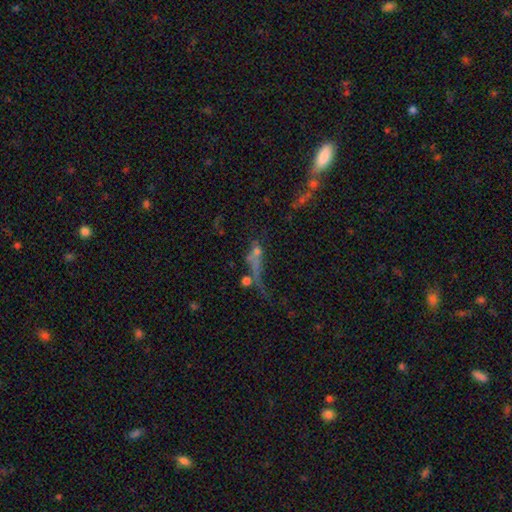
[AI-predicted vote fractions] This is marginally a smooth galaxy (36%). Merging: marginally none (32%).